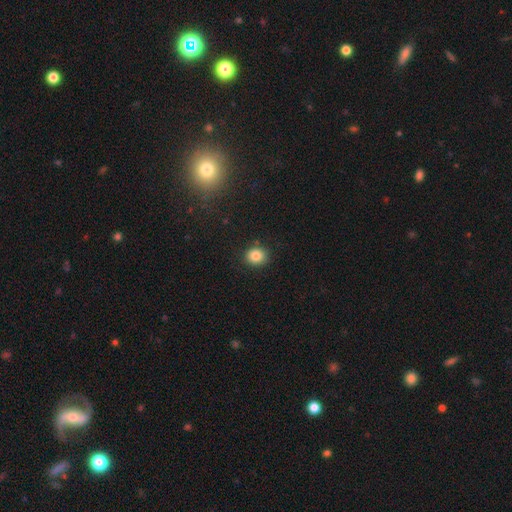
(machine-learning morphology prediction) The model was most divided on "how rounded": round: 76%, in between: 23%, cigar-shaped: 1%. More confident: merging — none (87%); smooth or featured — smooth (83%).